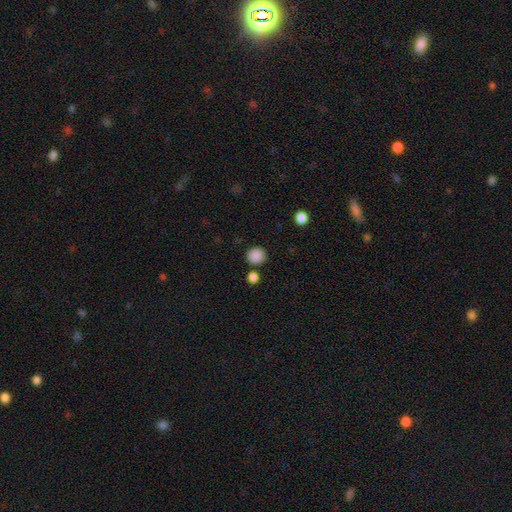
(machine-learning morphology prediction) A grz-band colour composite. It shows a smooth galaxy with no disk features (87%) that is round (90%). Merging: none (84%).